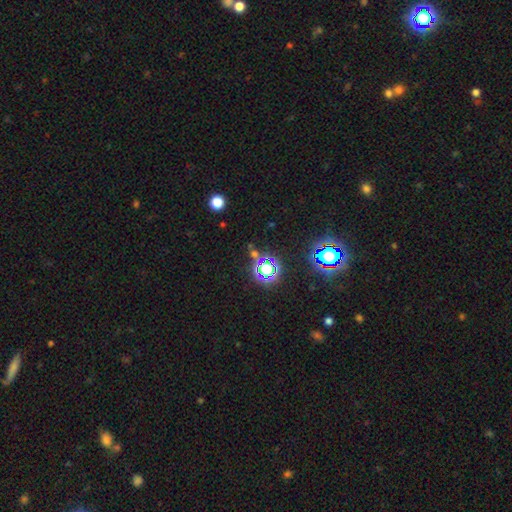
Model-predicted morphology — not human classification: star or artifact 73%, smooth 19%, featured or disk 8%.